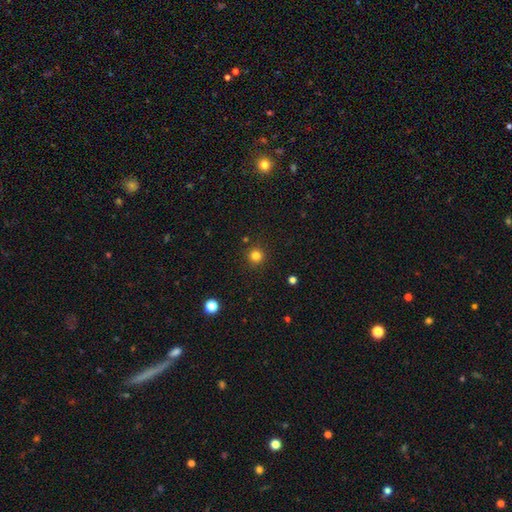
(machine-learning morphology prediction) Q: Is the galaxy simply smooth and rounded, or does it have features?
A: smooth — 81%.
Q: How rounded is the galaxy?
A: round — 95%.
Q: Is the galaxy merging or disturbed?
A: none — 91%.